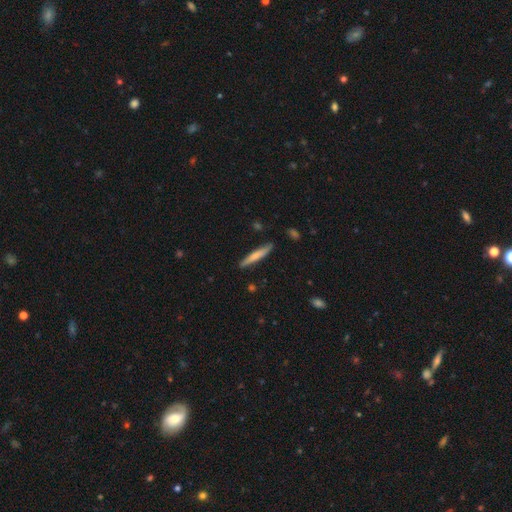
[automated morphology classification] This appears to be a smooth galaxy with no disk features (62%) that is cigar-shaped (94%). Merging: none (86%).